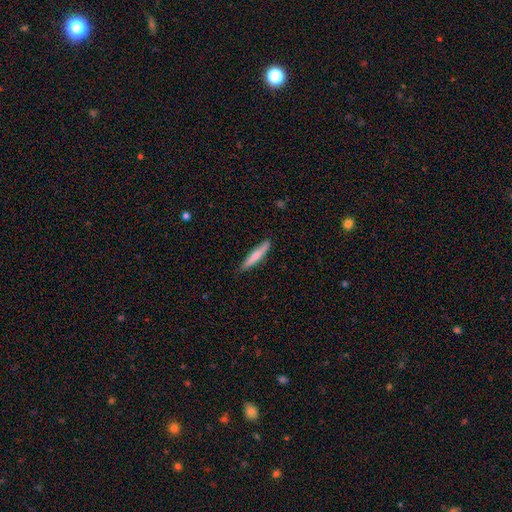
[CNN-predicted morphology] This is likely a smooth galaxy (73%). How rounded: clearly cigar-shaped (91%). Merging: clearly none (84%).